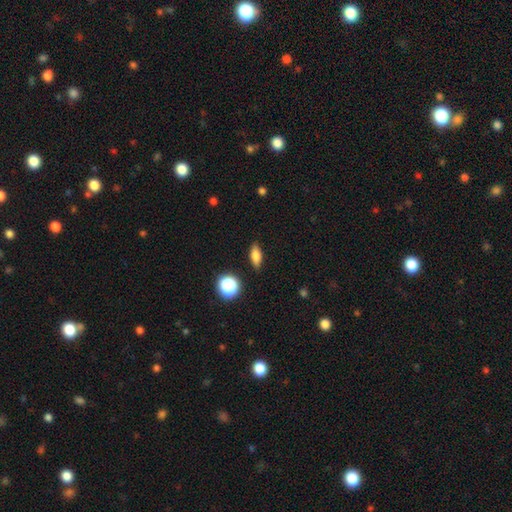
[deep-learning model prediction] Smooth or featured? Predicted: smooth (p=0.76). How rounded? Predicted: in between (p=0.69). Merging? Predicted: none (p=0.87).